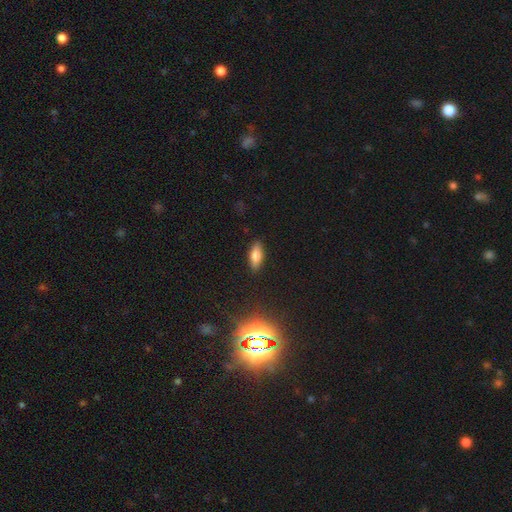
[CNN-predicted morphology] Q: Smooth or featured?
A: smooth (74%); runner-up: featured or disk (17%)
Q: How rounded?
A: in between (75%); runner-up: cigar-shaped (22%)
Q: Merging?
A: none (88%); runner-up: minor disturbance (9%)